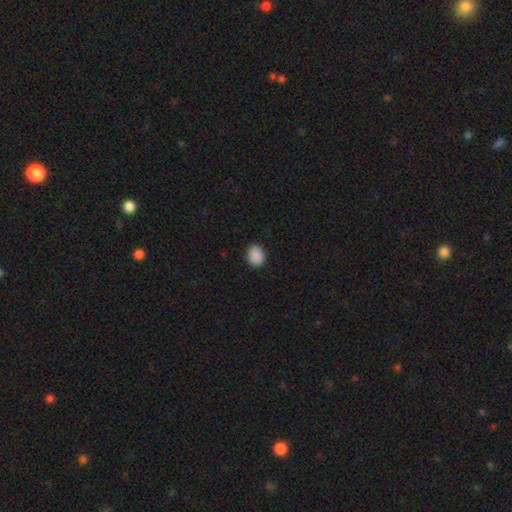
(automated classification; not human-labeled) The model was most divided on "how rounded": round: 54%, in between: 45%, cigar-shaped: 1%. More confident: smooth or featured — smooth (89%); merging — none (86%).